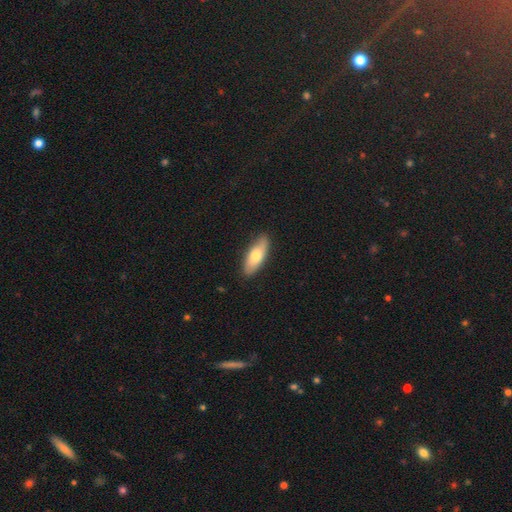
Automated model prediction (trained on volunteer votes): This is likely a smooth galaxy (69%). How rounded: likely in between (72%). Merging: clearly none (86%).